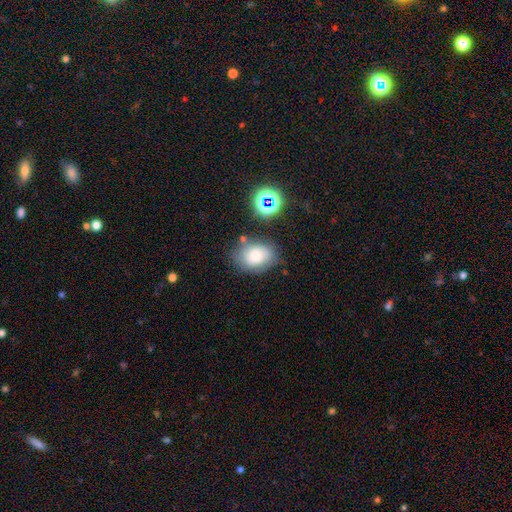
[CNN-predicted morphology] Overall: smooth (73%). How rounded: in between (72%). Merging: none (65%).